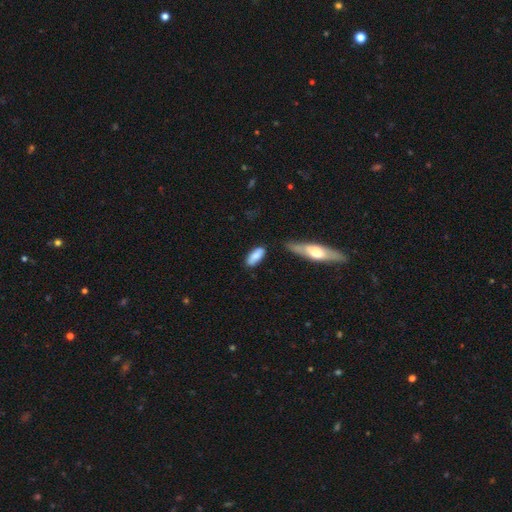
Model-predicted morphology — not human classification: type=smooth (82%); roundness=in between (79%); merging=none (70%).